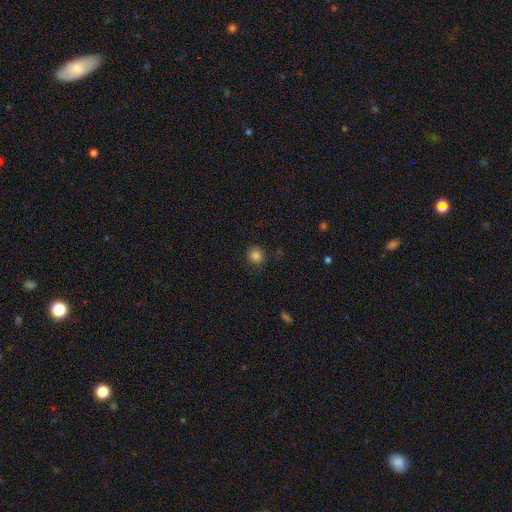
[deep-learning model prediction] smooth_or_featured: smooth (p=0.83) [alt: star or artifact p=0.13]
how_rounded: round (p=0.86) [alt: in between p=0.13]
merging: none (p=0.85) [alt: minor disturbance p=0.11]